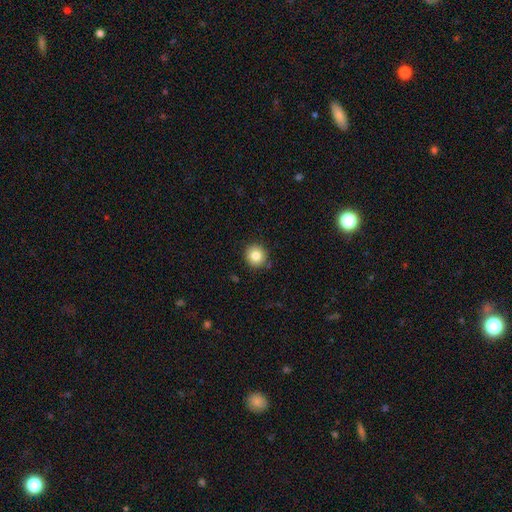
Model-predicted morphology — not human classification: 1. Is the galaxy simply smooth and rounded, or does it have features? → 82% smooth, 10% star or artifact, 8% featured or disk.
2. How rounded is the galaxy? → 94% round, 5% in between, 1% cigar-shaped.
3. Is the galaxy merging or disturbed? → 89% none, 7% minor disturbance, 2% major disturbance, 2% merger.